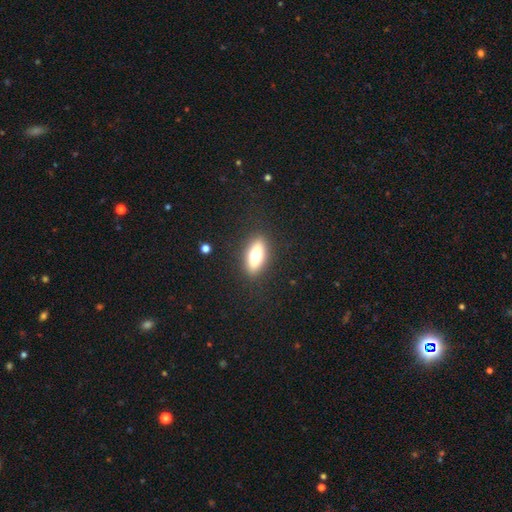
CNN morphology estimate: Smooth or featured?
  - smooth: 64% *
  - featured or disk: 28%
  - star or artifact: 8%
How rounded?
  - in between: 69% *
  - cigar-shaped: 27%
  - round: 4%
Merging?
  - none: 87% *
  - minor disturbance: 9%
  - major disturbance: 3%
  - merger: 1%